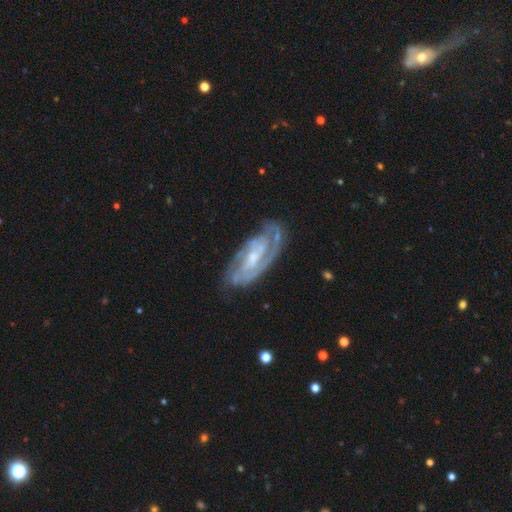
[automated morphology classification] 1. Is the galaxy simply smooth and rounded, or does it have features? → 85% featured or disk, 9% smooth, 6% star or artifact.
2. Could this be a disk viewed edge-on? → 92% no, 8% yes.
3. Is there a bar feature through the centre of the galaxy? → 43% weak, 37% no, 20% strong.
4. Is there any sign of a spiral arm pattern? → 95% yes, 5% no.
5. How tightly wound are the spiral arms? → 61% tight, 32% medium, 7% loose.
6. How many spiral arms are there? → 50% 2, 22% can't tell, 15% 3, 5% 1, 4% 4, 4% more than 4.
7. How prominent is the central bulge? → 60% small, 33% moderate, 5% none, 2% large, 1% dominant.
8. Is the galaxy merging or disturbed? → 76% none, 17% minor disturbance, 6% major disturbance, 2% merger.